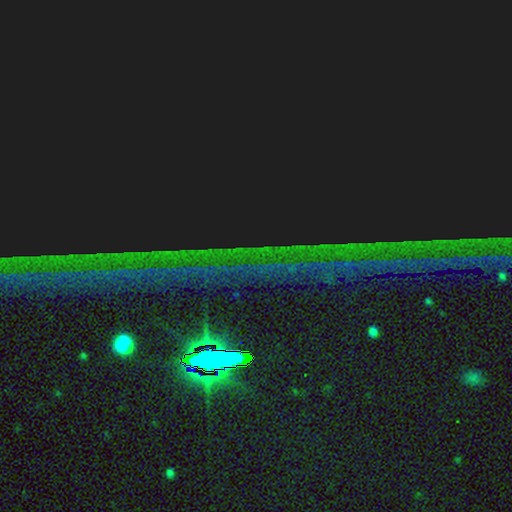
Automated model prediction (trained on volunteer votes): A star or artifact, not a galaxy (88%).

Vote fractions:
- Smooth or featured? star or artifact: 88% / featured or disk: 6% / smooth: 6%